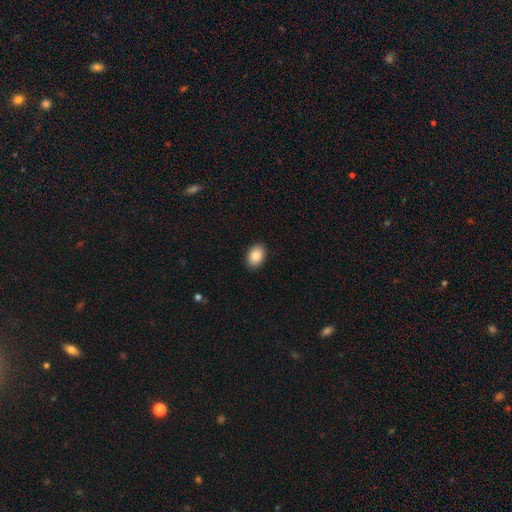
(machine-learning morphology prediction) smooth_or_featured: smooth (p=0.88) [alt: star or artifact p=0.07]
how_rounded: in between (p=0.85) [alt: round p=0.14]
merging: none (p=0.90) [alt: minor disturbance p=0.07]